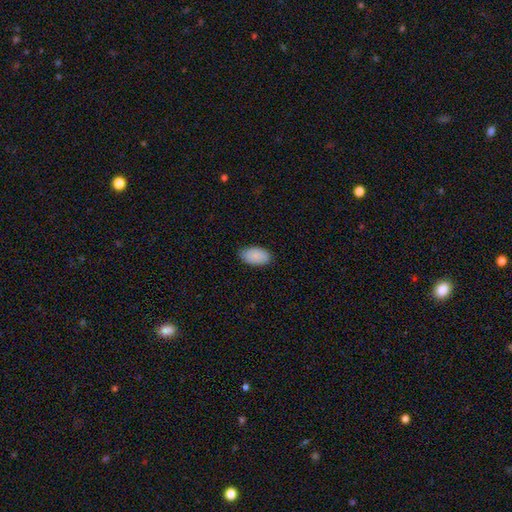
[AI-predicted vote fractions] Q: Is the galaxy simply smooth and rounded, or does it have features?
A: smooth — 89%.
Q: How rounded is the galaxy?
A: in between — 95%.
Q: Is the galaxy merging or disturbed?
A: none — 80%.